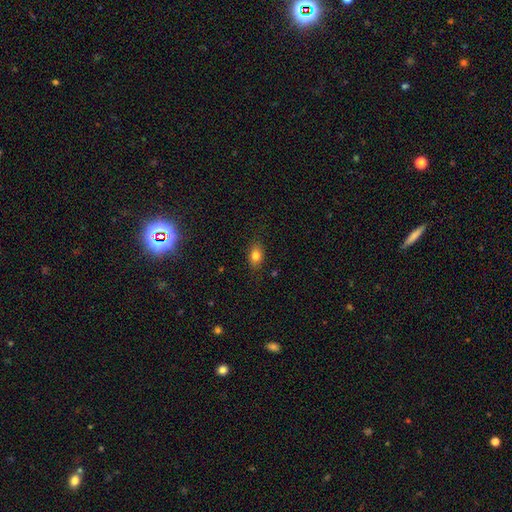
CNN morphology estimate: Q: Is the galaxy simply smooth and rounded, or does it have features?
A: smooth — 81%.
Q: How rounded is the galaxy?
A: in between — 80%.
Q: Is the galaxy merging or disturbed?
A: none — 84%.